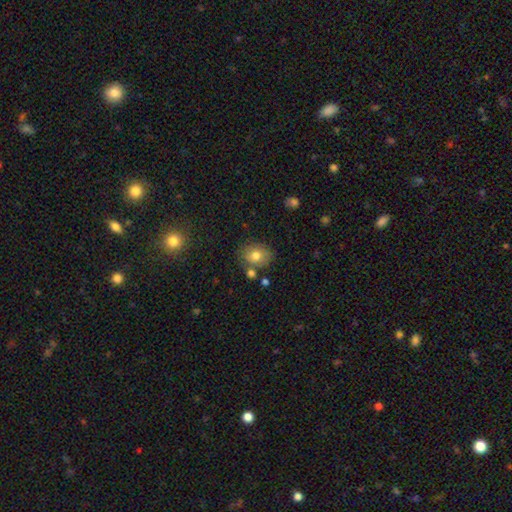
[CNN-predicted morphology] Smooth or featured? Predicted: smooth (p=0.74). How rounded? Predicted: round (p=0.63). Merging? Predicted: none (p=0.71).